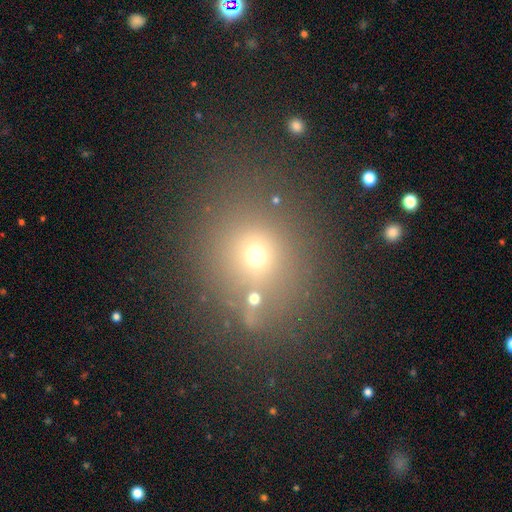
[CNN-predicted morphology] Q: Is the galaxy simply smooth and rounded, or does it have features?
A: smooth — 60%.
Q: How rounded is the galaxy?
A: round — 79%.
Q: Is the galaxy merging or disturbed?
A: none — 75%.